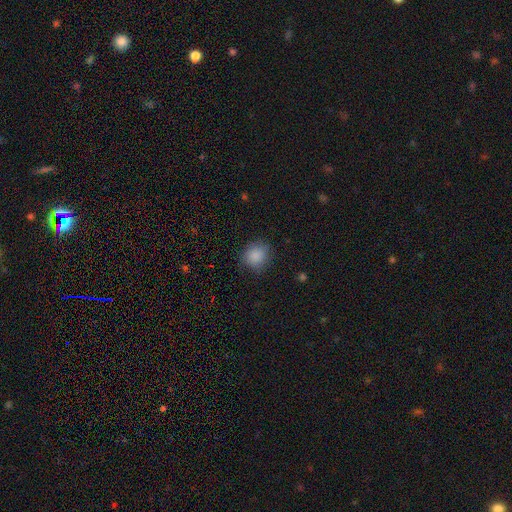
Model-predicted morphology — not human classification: Overall: smooth (87%). How rounded: round (83%). Merging: none (82%).